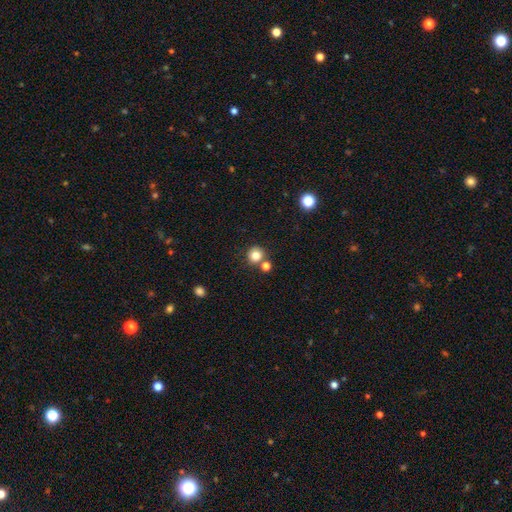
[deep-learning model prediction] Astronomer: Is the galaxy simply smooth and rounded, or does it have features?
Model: smooth — 81%.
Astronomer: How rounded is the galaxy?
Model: round — 90%.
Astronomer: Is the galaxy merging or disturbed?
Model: none — 74%.